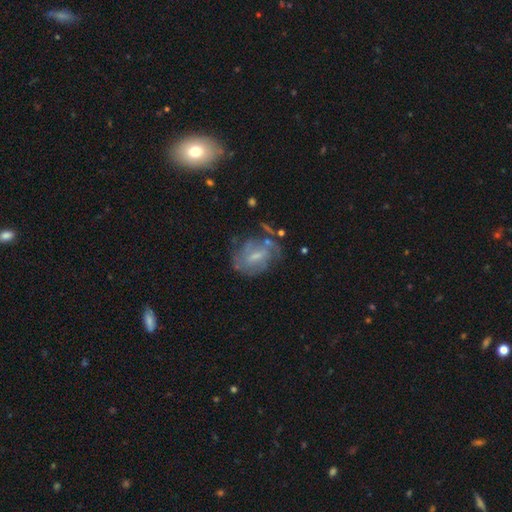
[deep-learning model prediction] Overall: featured or disk (67%). Edge-on disk: no (96%). Bar: weak (54%; no 28%). Spiral arms: yes (74%). Bulge size: small (47%; moderate 33%). Merging: none (51%; minor disturbance 24%).